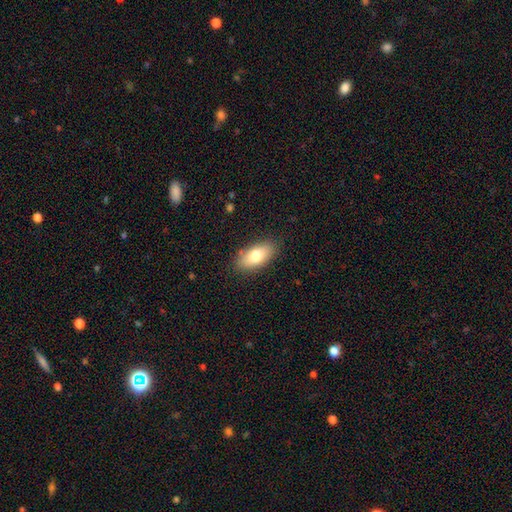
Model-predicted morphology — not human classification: Q: Smooth or featured?
A: smooth (76%); runner-up: featured or disk (17%)
Q: How rounded?
A: in between (88%); runner-up: cigar-shaped (8%)
Q: Merging?
A: none (86%); runner-up: minor disturbance (11%)